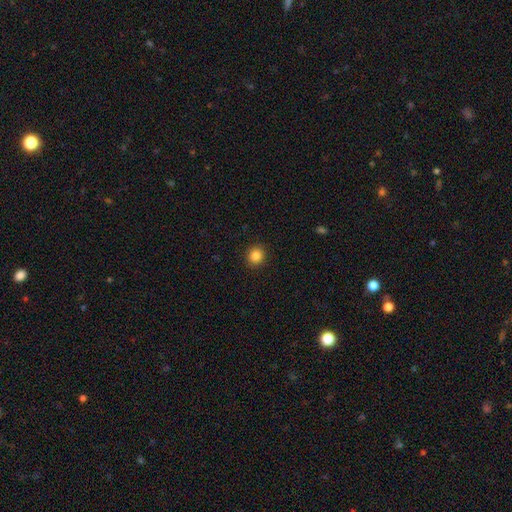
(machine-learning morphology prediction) smooth-or-featured: smooth: 85% | star or artifact: 11% | featured or disk: 4%
  how-rounded: round: 87% | in between: 12% | cigar-shaped: 1%
  merging: none: 92% | minor disturbance: 5% | major disturbance: 2% | merger: 1%